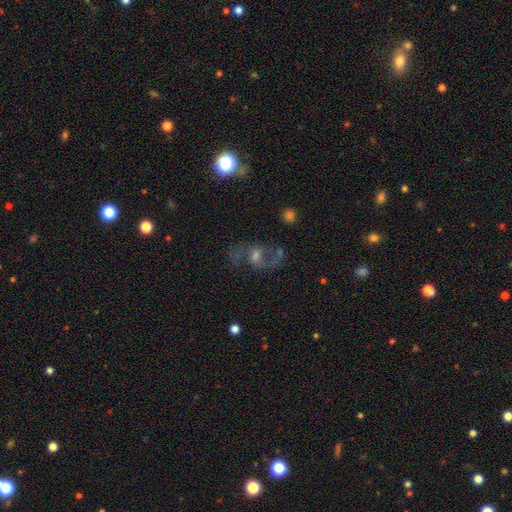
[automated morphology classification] Overall: featured or disk (71%). Edge-on disk: no (96%). Bar: no (56%; weak 35%). Spiral arms: yes (87%). Spiral arm count: 2 (87%). Spiral winding: medium (46%; loose 41%). Bulge size: moderate (57%; small 29%). Merging: none (71%).